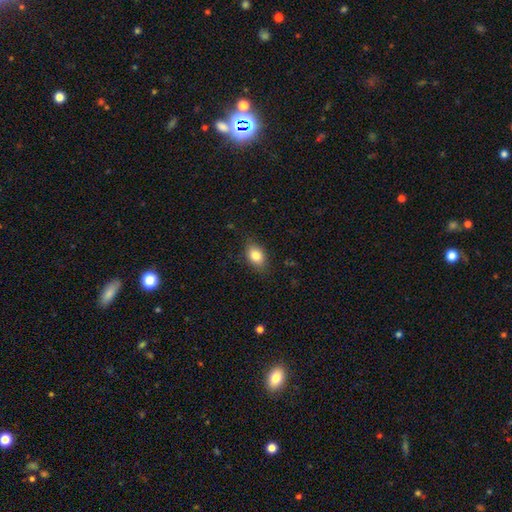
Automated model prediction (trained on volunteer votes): This is clearly a smooth galaxy (83%). How rounded: clearly in between (82%). Merging: clearly none (82%).